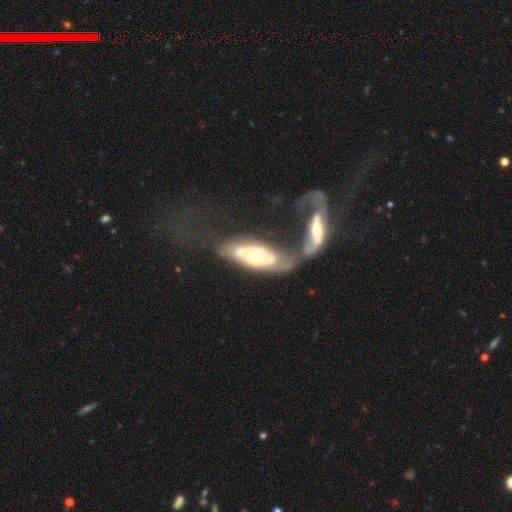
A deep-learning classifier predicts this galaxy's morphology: Q: Smooth or featured?
A: featured or disk (72%); runner-up: smooth (23%)
Q: Edge-on disk?
A: no (85%); runner-up: yes (15%)
Q: Bar?
A: no (69%); runner-up: weak (22%)
Q: Spiral arms?
A: yes (70%); runner-up: no (30%)
Q: Bulge size?
A: moderate (61%); runner-up: small (22%)
Q: Merging?
A: merger (53%); runner-up: none (21%)